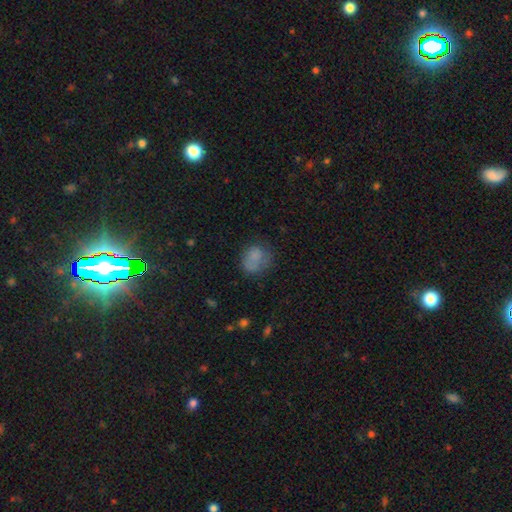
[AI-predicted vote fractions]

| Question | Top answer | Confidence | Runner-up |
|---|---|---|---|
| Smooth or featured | smooth | 75% | featured or disk (14%) |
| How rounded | round | 64% | in between (35%) |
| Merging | none | 51% | minor disturbance (27%) |